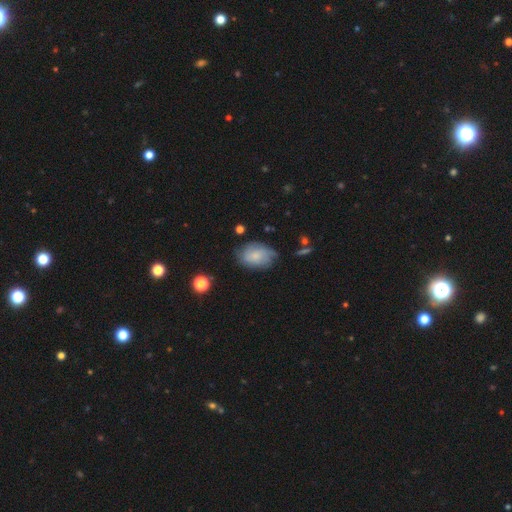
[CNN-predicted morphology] Overall: smooth (53%; featured or disk 39%). How rounded: in between (77%). Merging: none (61%; minor disturbance 28%).